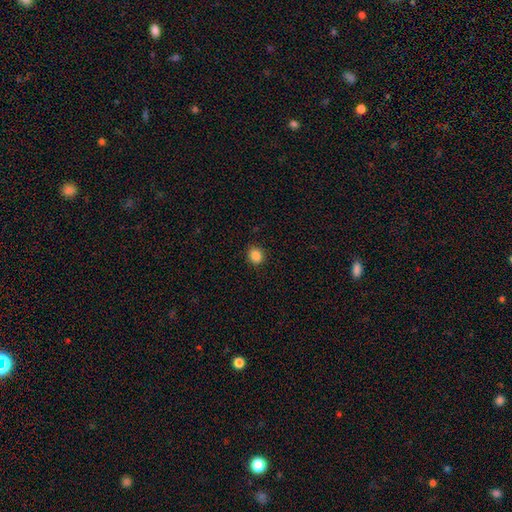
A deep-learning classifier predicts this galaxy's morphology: Smooth or featured?
  - smooth: 86% *
  - star or artifact: 11%
  - featured or disk: 3%
How rounded?
  - round: 73% *
  - in between: 26%
  - cigar-shaped: 1%
Merging?
  - none: 90% *
  - minor disturbance: 7%
  - major disturbance: 2%
  - merger: 1%